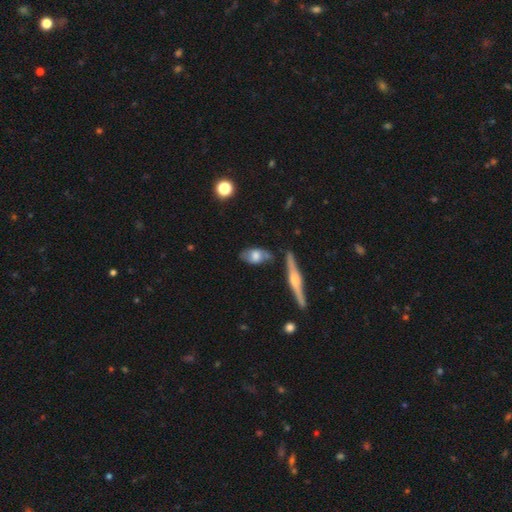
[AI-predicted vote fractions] Smooth or featured? Predicted: smooth (p=0.50). How rounded? Predicted: in between (p=0.86). Merging? Predicted: none (p=0.69).